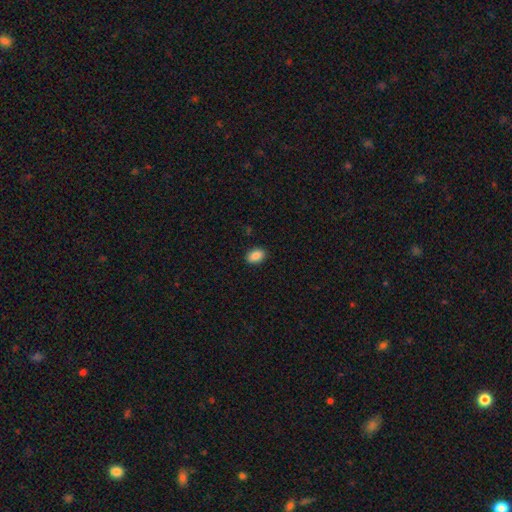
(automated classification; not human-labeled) Smooth or featured? Predicted: smooth (p=0.88). How rounded? Predicted: in between (p=0.86). Merging? Predicted: none (p=0.89).